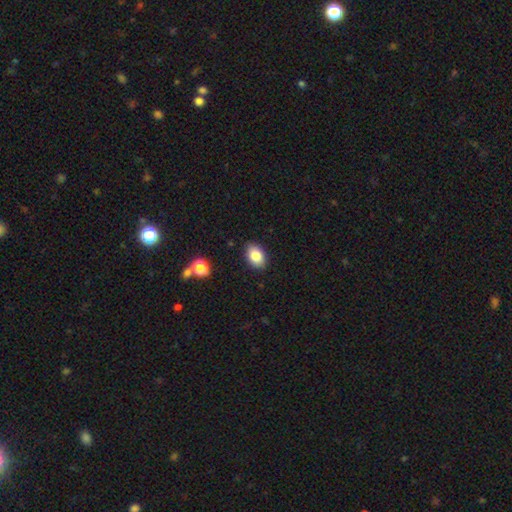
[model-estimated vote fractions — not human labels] This is clearly a smooth galaxy (83%). How rounded: clearly in between (84%). Merging: clearly none (87%).